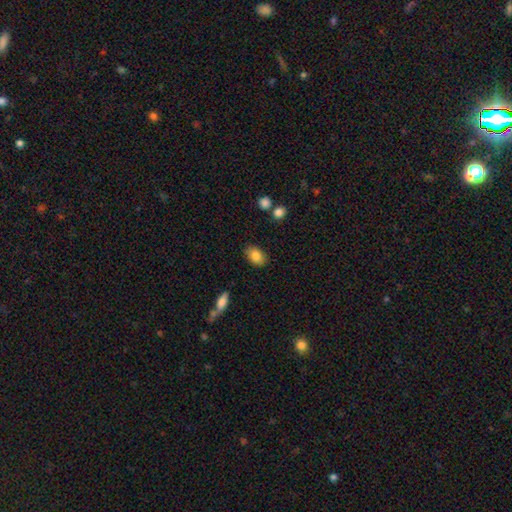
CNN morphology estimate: Smooth or featured? smooth (83%)
How rounded? in between (85%)
Merging? none (85%)